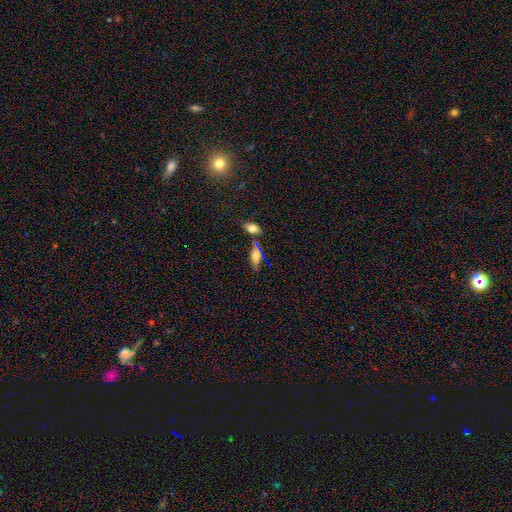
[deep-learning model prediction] Q: Smooth or featured?
A: smooth (63%); runner-up: featured or disk (25%)
Q: How rounded?
A: in between (79%); runner-up: cigar-shaped (16%)
Q: Merging?
A: none (61%); runner-up: merger (17%)